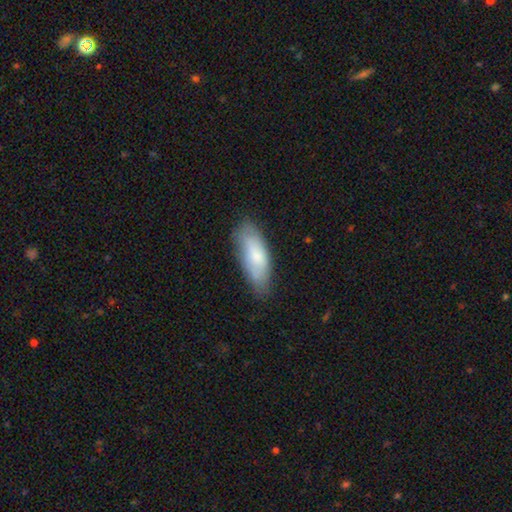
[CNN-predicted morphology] Smooth or featured: smooth — 72% (featured or disk — 22%)
How rounded: in between — 71% (cigar-shaped — 28%)
Merging: none — 73% (minor disturbance — 21%)